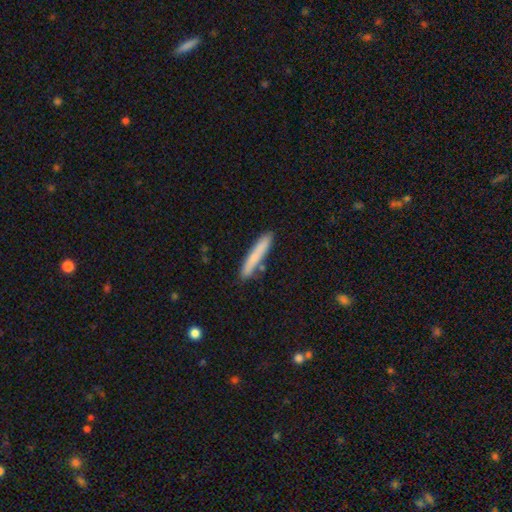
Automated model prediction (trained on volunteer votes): Smooth or featured: smooth — 76% (featured or disk — 18%)
How rounded: cigar-shaped — 94% (in between — 5%)
Merging: none — 83% (minor disturbance — 11%)